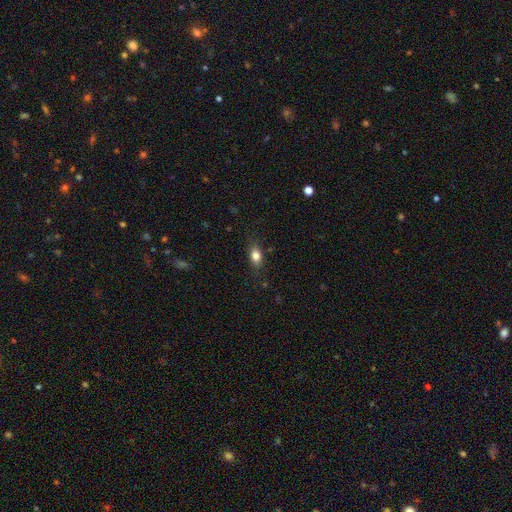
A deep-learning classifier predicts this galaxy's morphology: Smooth or featured?
  - smooth: 82% *
  - star or artifact: 9%
  - featured or disk: 9%
How rounded?
  - in between: 80% *
  - round: 15%
  - cigar-shaped: 4%
Merging?
  - none: 82% *
  - minor disturbance: 14%
  - major disturbance: 3%
  - merger: 1%